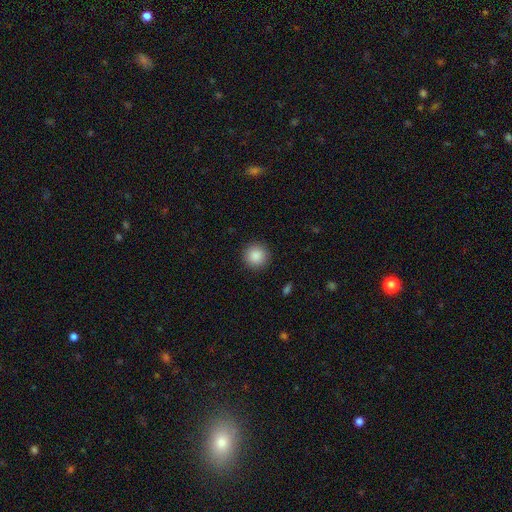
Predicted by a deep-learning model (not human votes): Morphology: type=smooth (87%); roundness=round (95%); merging=none (91%).